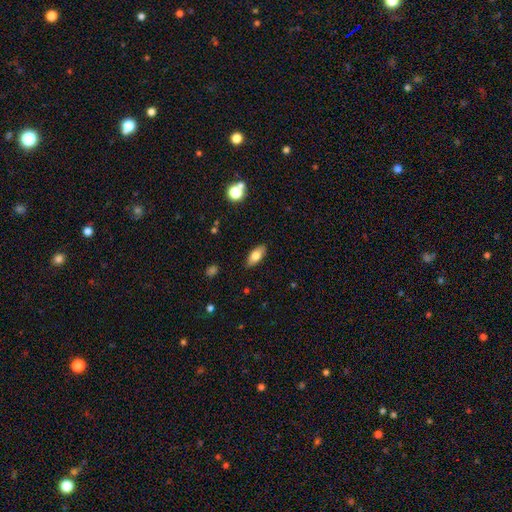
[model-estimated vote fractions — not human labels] Smooth or featured? smooth (75%)
How rounded? in between (86%)
Merging? none (86%)